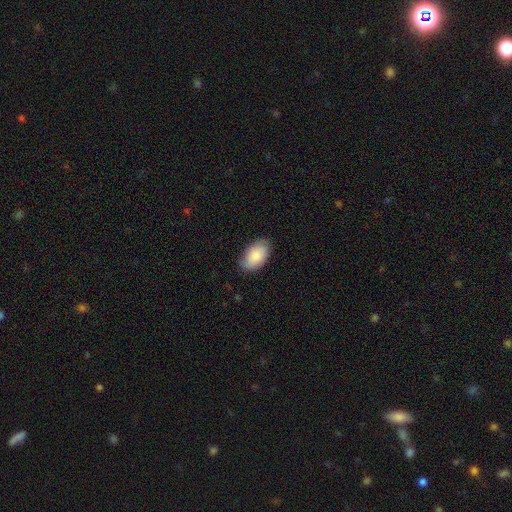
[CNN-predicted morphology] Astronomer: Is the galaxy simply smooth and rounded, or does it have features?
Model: smooth — 85%.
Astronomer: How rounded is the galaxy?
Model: in between — 94%.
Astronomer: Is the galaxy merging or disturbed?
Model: none — 77%.